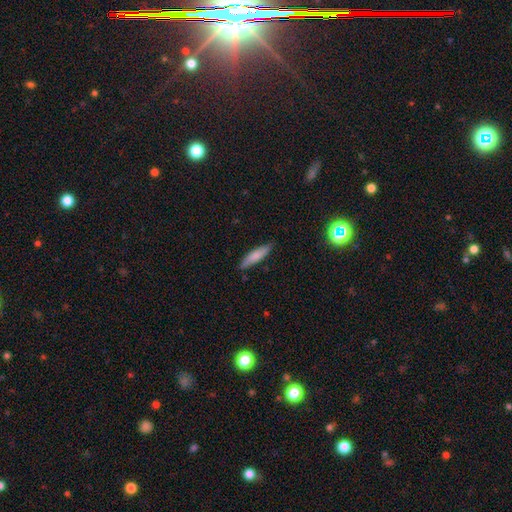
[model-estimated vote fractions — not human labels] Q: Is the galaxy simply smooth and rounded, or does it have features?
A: smooth — 76%.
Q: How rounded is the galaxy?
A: cigar-shaped — 78%.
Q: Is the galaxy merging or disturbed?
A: none — 83%.